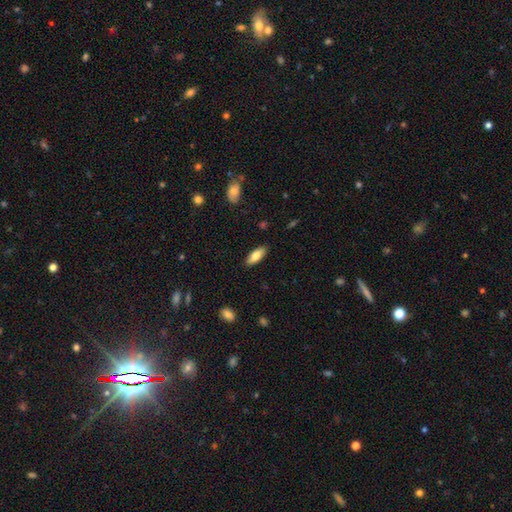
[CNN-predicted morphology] This appears to be a smooth galaxy with no disk features (76%) that is in between round and cigar-shaped (73%). Merging: none (88%).